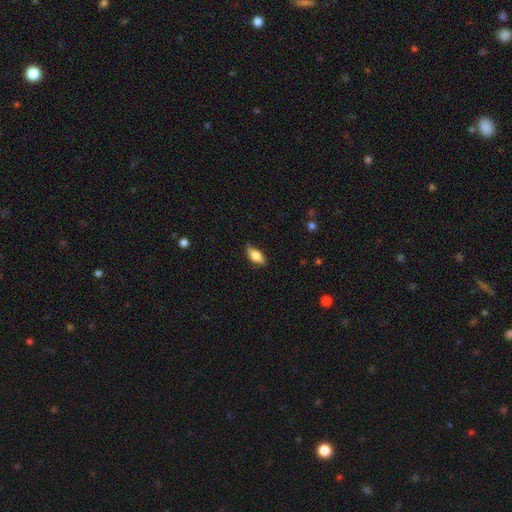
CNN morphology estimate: Overall: smooth (69%). How rounded: in between (80%). Merging: none (80%).